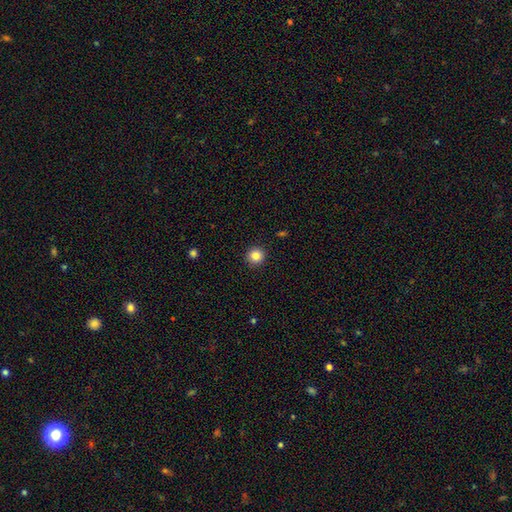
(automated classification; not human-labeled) Smooth or featured: smooth — 84% (star or artifact — 11%)
How rounded: round — 94% (in between — 5%)
Merging: none — 93% (minor disturbance — 5%)